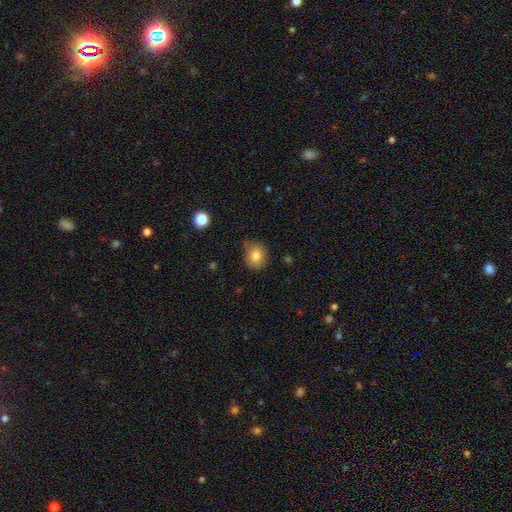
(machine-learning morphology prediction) A smooth galaxy with no disk features (81%) that is round (72%). Merging: none (69%).